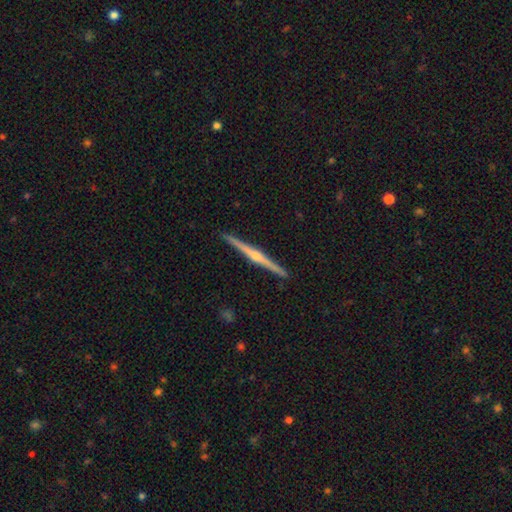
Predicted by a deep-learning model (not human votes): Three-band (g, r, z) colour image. It shows a featured or disk galaxy (84%) viewed edge-on (99%) with a rounded central bulge (89%). Merging: none (93%).